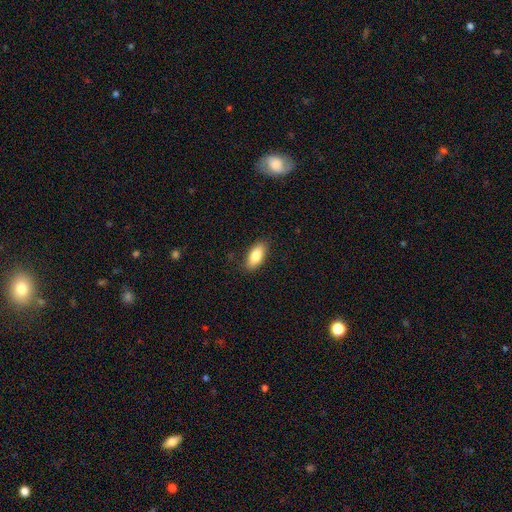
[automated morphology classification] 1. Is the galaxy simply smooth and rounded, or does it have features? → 83% smooth, 10% featured or disk, 7% star or artifact.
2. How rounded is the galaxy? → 88% in between, 9% cigar-shaped, 3% round.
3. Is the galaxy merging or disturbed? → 86% none, 11% minor disturbance, 2% major disturbance, 1% merger.